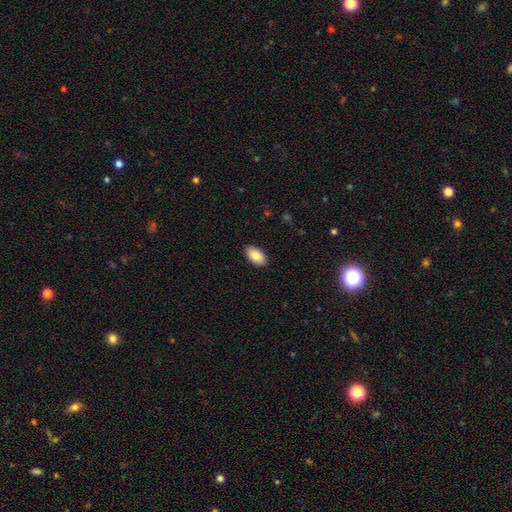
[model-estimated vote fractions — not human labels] Morphology: type=smooth (86%); roundness=in between (95%); merging=none (90%).